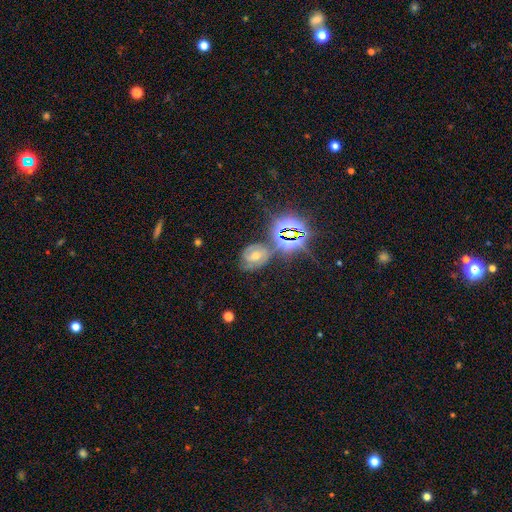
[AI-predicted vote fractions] This is marginally a star or artifact rather than a galaxy (45%).